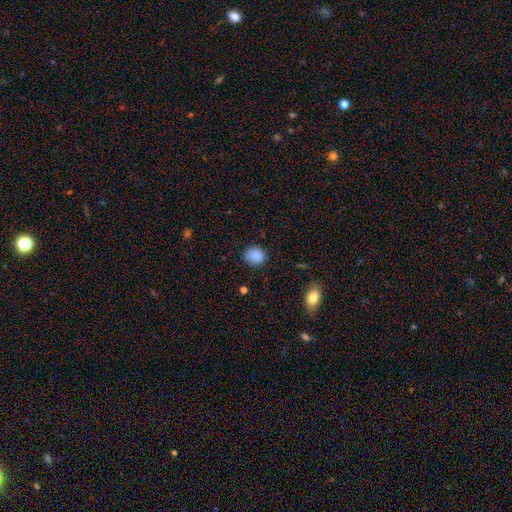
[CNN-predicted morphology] This is clearly a smooth galaxy (87%). How rounded: clearly round (82%). Merging: clearly none (81%).